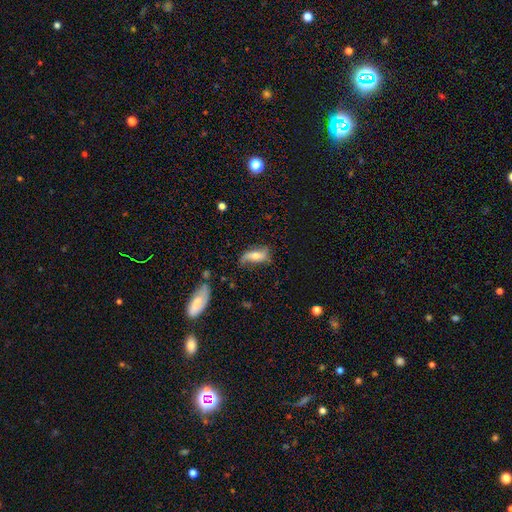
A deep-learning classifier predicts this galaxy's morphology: type=featured or disk (48%); merging=none (51%).